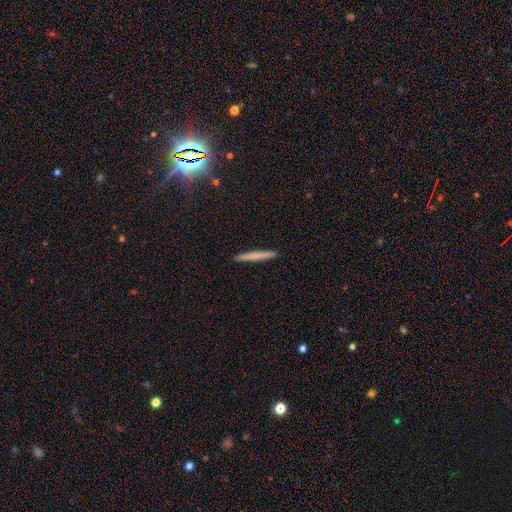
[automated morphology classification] smooth-or-featured: smooth: 70% | featured or disk: 23% | star or artifact: 6%
  how-rounded: cigar-shaped: 97% | in between: 2% | round: 1%
  merging: none: 93% | minor disturbance: 5% | major disturbance: 1% | merger: 1%